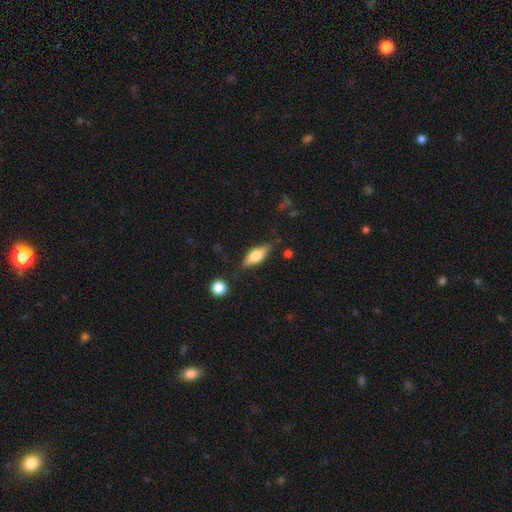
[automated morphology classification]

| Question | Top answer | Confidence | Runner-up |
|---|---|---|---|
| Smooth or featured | smooth | 57% | featured or disk (36%) |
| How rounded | in between | 67% | cigar-shaped (30%) |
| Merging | none | 78% | minor disturbance (15%) |